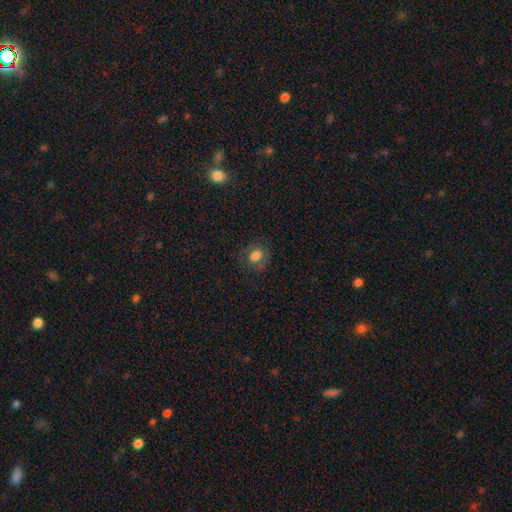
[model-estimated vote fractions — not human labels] smooth-or-featured: smooth: 66% | featured or disk: 22% | star or artifact: 12%
  how-rounded: round: 51% | in between: 47% | cigar-shaped: 1%
  merging: none: 75% | minor disturbance: 15% | major disturbance: 8% | merger: 1%